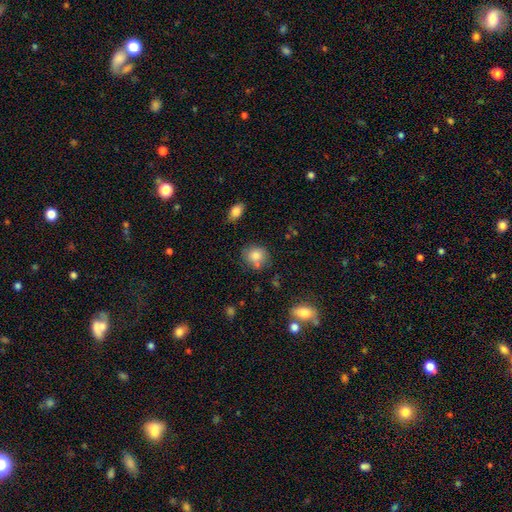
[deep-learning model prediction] Smooth or featured? smooth (81%)
How rounded? round (73%)
Merging? none (66%)